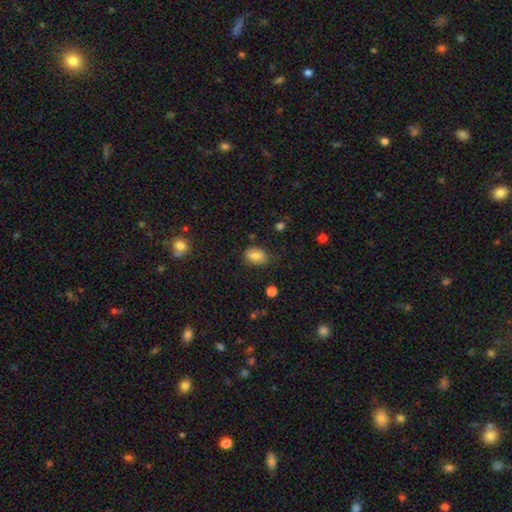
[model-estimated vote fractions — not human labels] Morphology: type=smooth (80%); roundness=in between (79%); merging=none (77%).